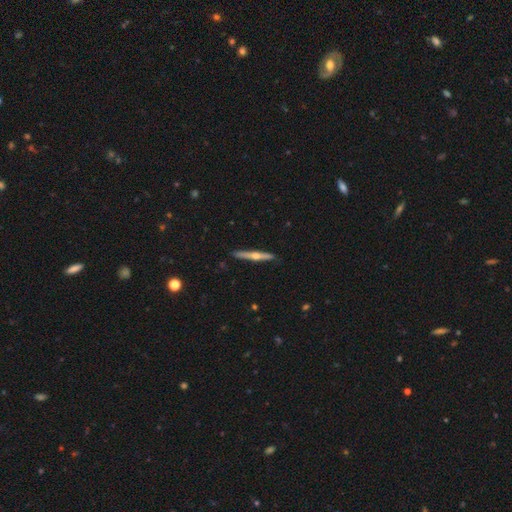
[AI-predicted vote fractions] Q: Smooth or featured?
A: featured or disk (66%); runner-up: smooth (29%)
Q: Edge-on disk?
A: yes (97%); runner-up: no (3%)
Q: Edge-on bulge?
A: rounded (91%); runner-up: none (7%)
Q: Merging?
A: none (90%); runner-up: minor disturbance (7%)